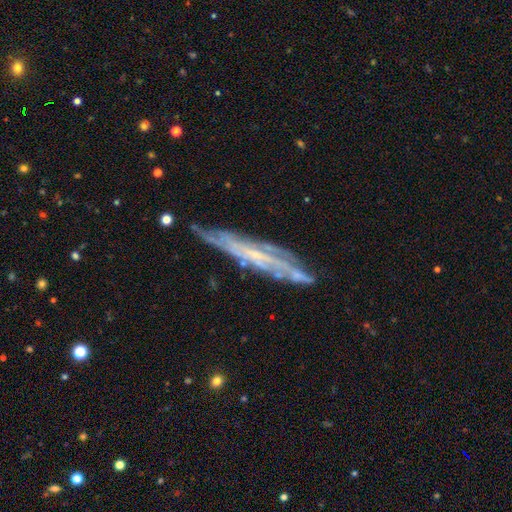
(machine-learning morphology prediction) Smooth or featured? featured or disk (74%)
Edge-on disk? yes (65%)
Merging? none (71%)